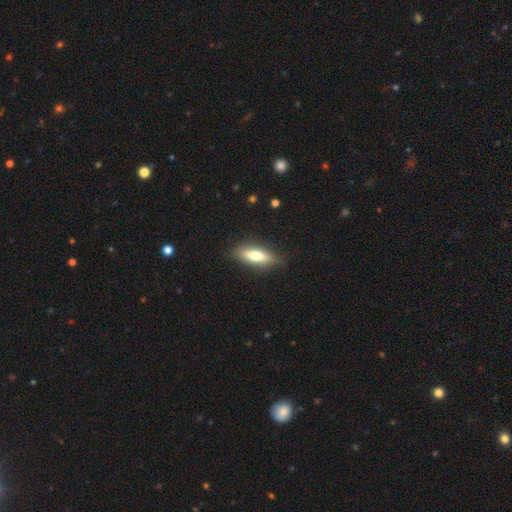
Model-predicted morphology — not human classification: smooth_or_featured: smooth (p=0.66) [alt: featured or disk p=0.27]
how_rounded: in between (p=0.59) [alt: cigar-shaped p=0.38]
merging: none (p=0.86) [alt: minor disturbance p=0.10]